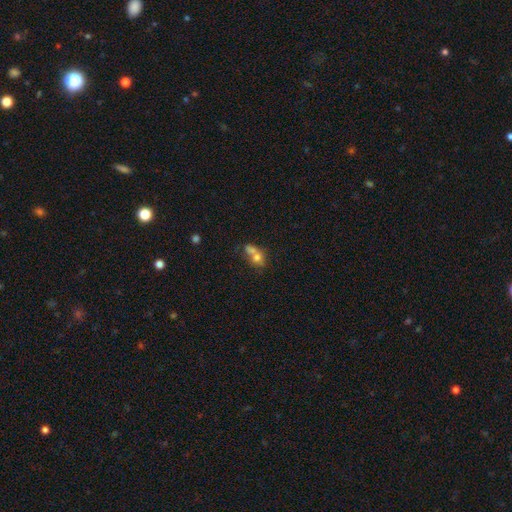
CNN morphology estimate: This is likely a smooth galaxy (65%). How rounded: possibly round (50%). Merging: possibly merger (58%).